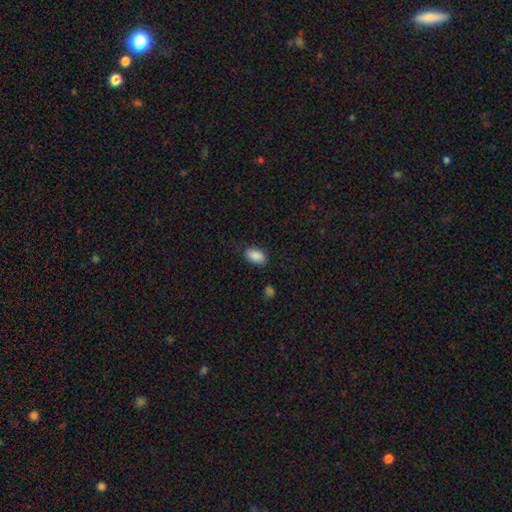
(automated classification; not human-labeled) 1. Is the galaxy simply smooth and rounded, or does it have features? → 88% smooth, 7% star or artifact, 4% featured or disk.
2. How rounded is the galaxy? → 93% in between, 6% round, 2% cigar-shaped.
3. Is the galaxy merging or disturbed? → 77% none, 17% minor disturbance, 4% major disturbance, 2% merger.